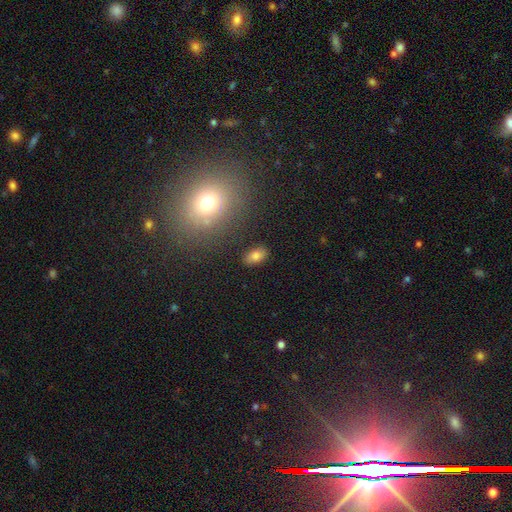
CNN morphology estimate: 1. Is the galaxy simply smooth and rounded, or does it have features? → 79% smooth, 11% star or artifact, 10% featured or disk.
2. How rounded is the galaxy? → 89% in between, 8% round, 2% cigar-shaped.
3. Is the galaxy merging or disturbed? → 85% none, 10% minor disturbance, 3% major disturbance, 2% merger.